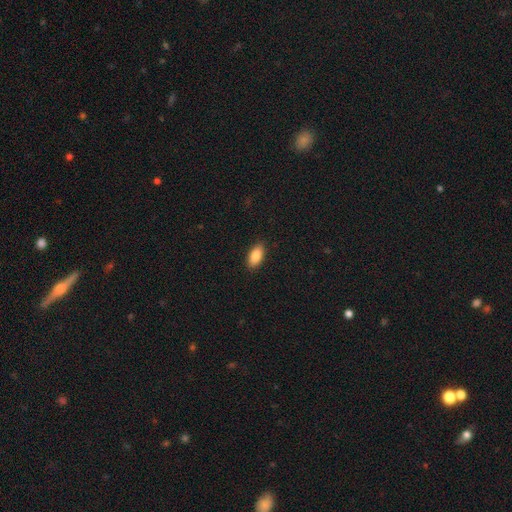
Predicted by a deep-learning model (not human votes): Smooth or featured? smooth (88%)
How rounded? in between (91%)
Merging? none (89%)